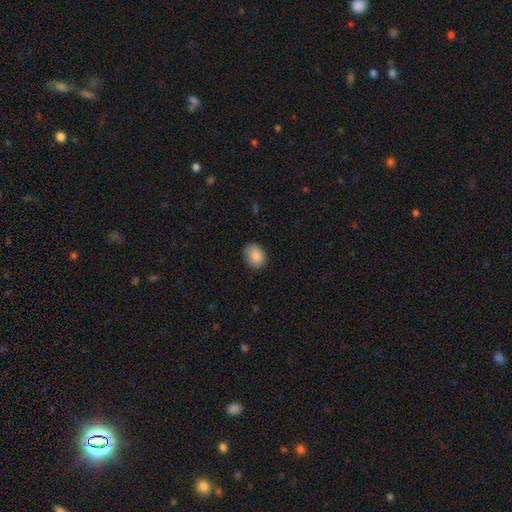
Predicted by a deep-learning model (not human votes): Smooth or featured: smooth — 87% (star or artifact — 8%)
How rounded: in between — 56% (round — 44%)
Merging: none — 78% (minor disturbance — 18%)